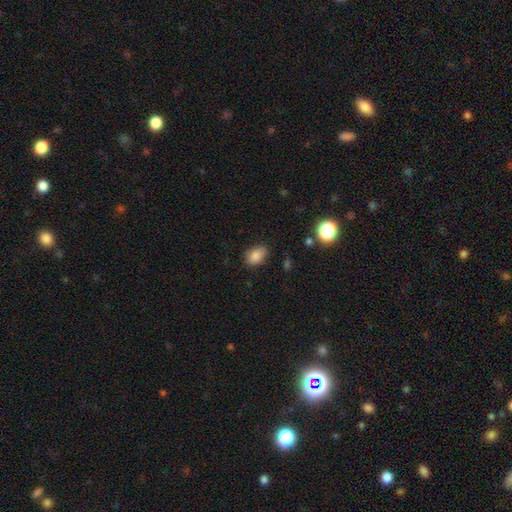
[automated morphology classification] The model was most divided on "merging": none: 77%, minor disturbance: 18%, major disturbance: 4%, merger: 2%. More confident: smooth or featured — smooth (85%); how rounded — in between (81%).